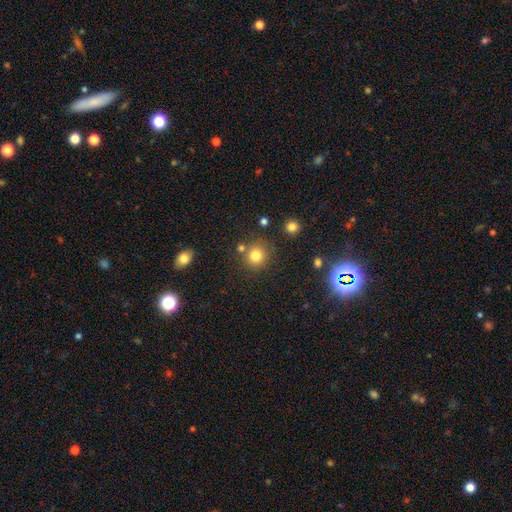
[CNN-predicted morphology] type=smooth (80%); roundness=round (90%); merging=none (77%).